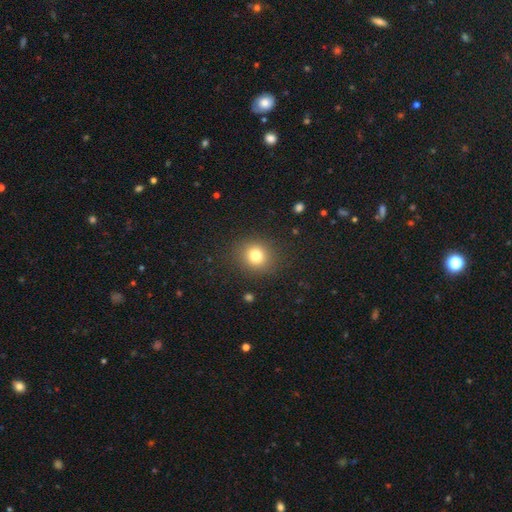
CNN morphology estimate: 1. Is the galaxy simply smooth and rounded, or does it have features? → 78% smooth, 14% star or artifact, 8% featured or disk.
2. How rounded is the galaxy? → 84% round, 15% in between, 1% cigar-shaped.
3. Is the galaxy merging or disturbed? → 88% none, 7% minor disturbance, 3% major disturbance, 1% merger.